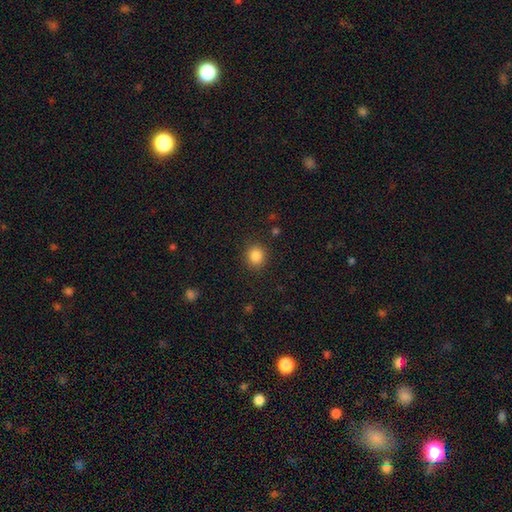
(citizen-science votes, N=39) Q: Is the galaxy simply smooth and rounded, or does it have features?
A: smooth — 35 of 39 (90%).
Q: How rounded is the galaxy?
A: round — 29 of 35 (83%).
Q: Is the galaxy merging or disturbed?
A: none — 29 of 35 (83%).